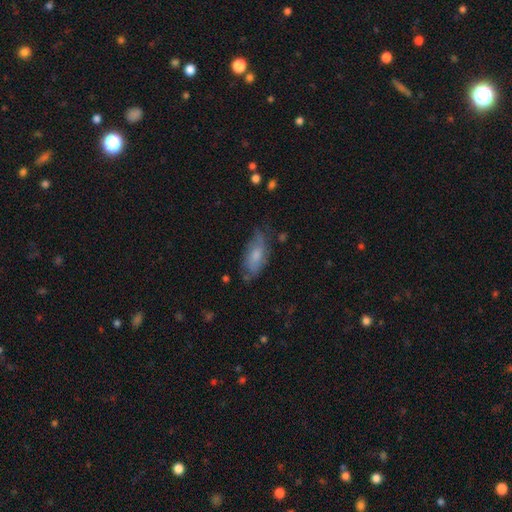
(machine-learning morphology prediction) Smooth or featured? smooth (59%)
How rounded? in between (82%)
Merging? none (60%)